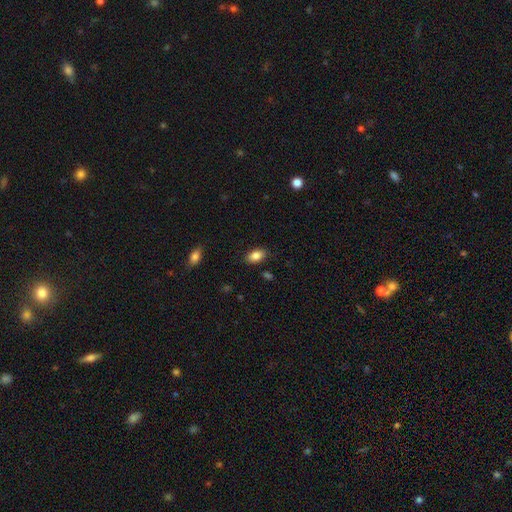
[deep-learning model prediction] smooth_or_featured: smooth (p=0.85) [alt: star or artifact p=0.08]
how_rounded: in between (p=0.91) [alt: round p=0.07]
merging: none (p=0.85) [alt: minor disturbance p=0.11]